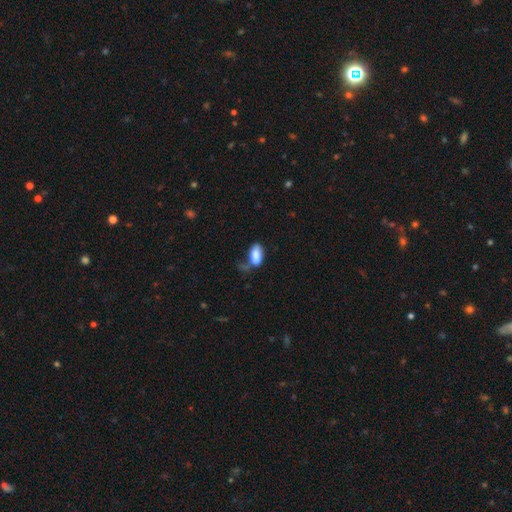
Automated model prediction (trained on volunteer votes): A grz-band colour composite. It shows a smooth galaxy with no disk features (84%) that is in between round and cigar-shaped (91%). Merging: none (43%).